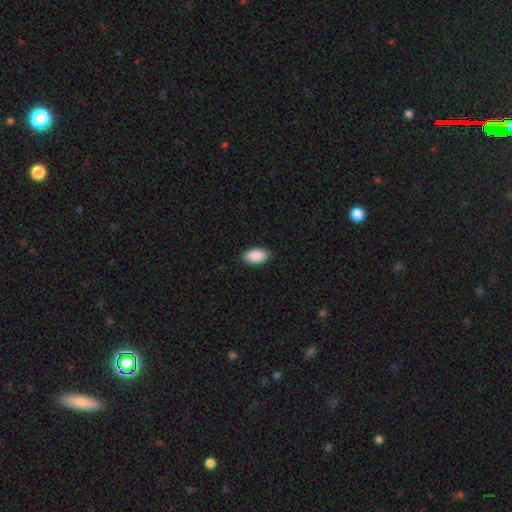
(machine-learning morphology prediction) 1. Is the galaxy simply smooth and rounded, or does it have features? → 91% smooth, 6% star or artifact, 3% featured or disk.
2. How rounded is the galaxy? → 95% in between, 3% round, 2% cigar-shaped.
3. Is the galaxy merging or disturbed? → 90% none, 8% minor disturbance, 2% major disturbance, 1% merger.